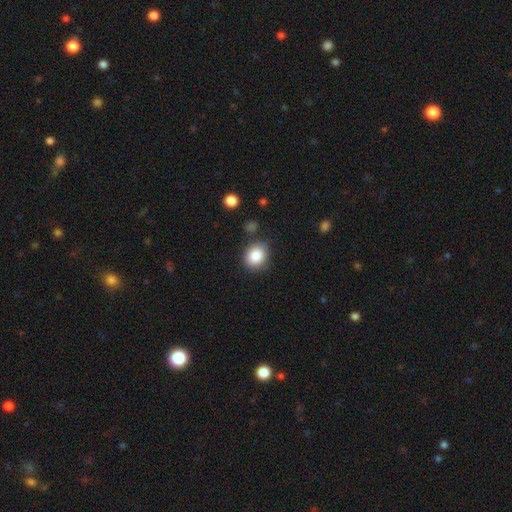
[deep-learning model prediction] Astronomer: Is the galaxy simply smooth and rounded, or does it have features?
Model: smooth — 87%.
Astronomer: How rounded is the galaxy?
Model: round — 65%.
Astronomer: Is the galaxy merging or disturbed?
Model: none — 78%.